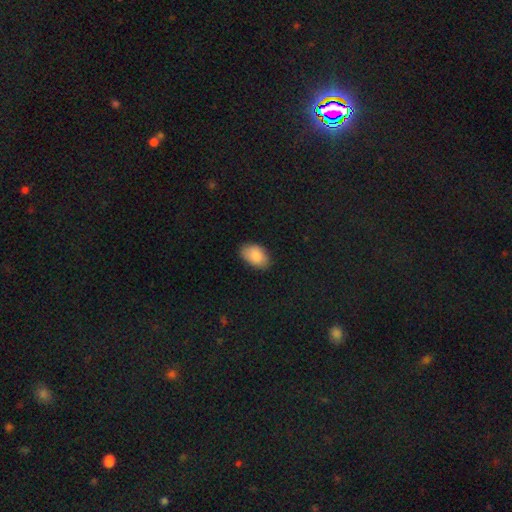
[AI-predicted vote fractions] A smooth galaxy with no disk features (87%) that is in between round and cigar-shaped (92%). Merging: none (82%).